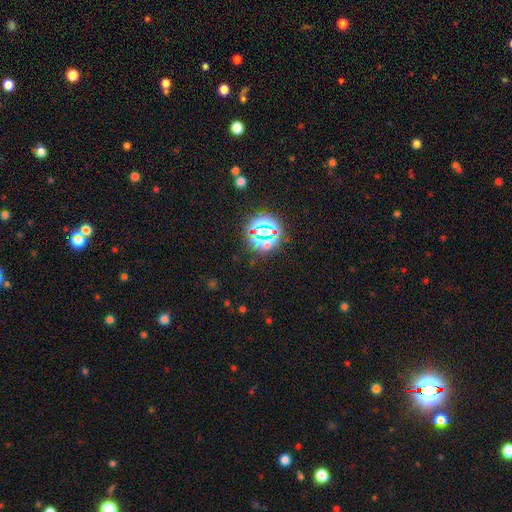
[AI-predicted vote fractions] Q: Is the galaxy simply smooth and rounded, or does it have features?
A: star or artifact — 81%.